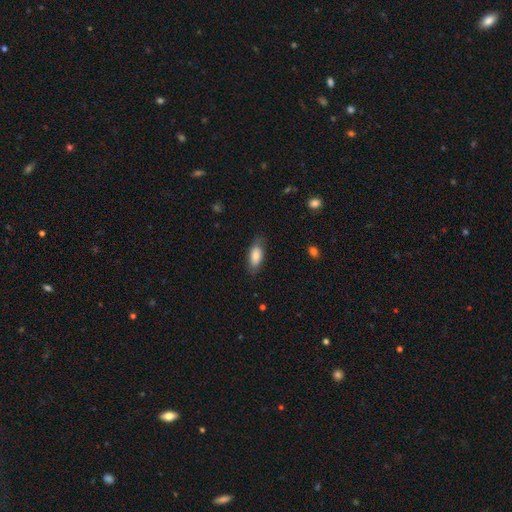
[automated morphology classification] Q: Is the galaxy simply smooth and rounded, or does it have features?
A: smooth — 81%.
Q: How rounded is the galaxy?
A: in between — 86%.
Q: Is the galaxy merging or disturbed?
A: none — 75%.